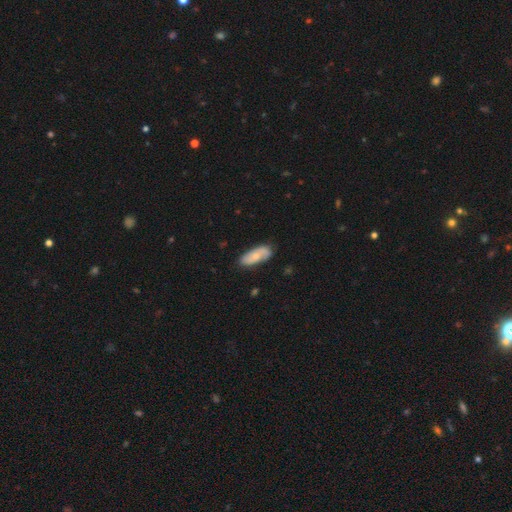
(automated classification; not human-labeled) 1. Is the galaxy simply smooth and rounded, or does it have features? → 58% smooth, 36% featured or disk, 6% star or artifact.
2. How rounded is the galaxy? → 79% in between, 18% cigar-shaped, 2% round.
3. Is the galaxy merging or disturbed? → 76% none, 19% minor disturbance, 3% major disturbance, 2% merger.